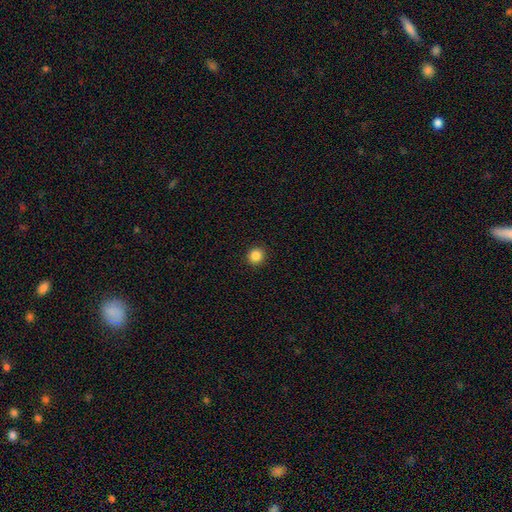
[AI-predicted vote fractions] This is clearly a smooth galaxy (86%). How rounded: clearly round (89%). Merging: clearly none (92%).